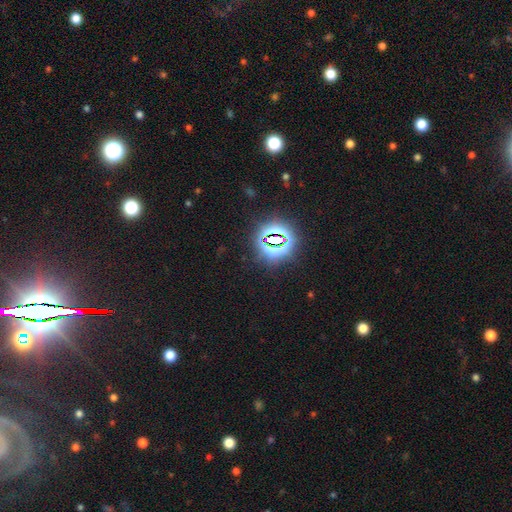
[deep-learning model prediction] Smooth or featured?
  - star or artifact: 81% *
  - smooth: 10%
  - featured or disk: 9%